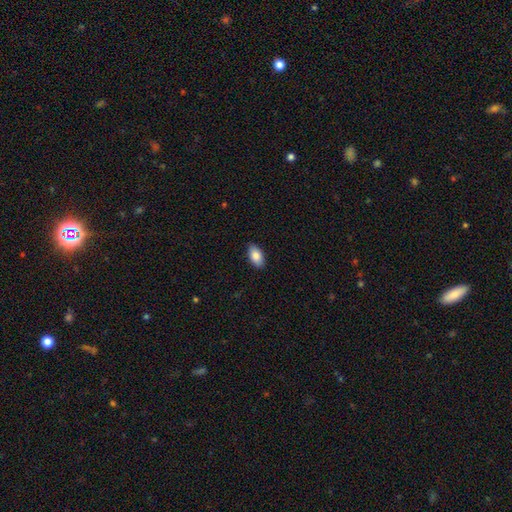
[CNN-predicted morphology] Smooth or featured? Predicted: smooth (p=0.84). How rounded? Predicted: in between (p=0.93). Merging? Predicted: none (p=0.88).